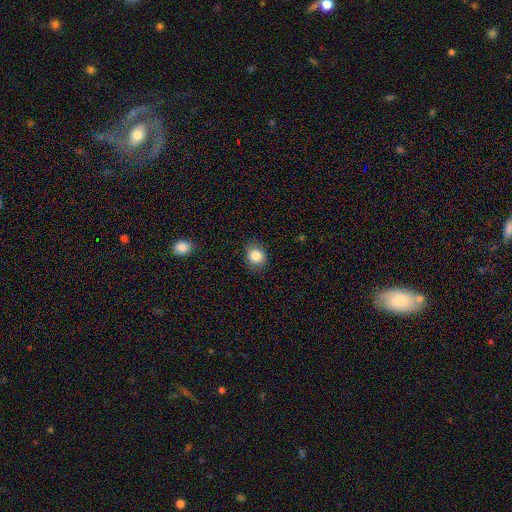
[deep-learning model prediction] Smooth or featured? Predicted: smooth (p=0.85). How rounded? Predicted: round (p=0.78). Merging? Predicted: none (p=0.85).